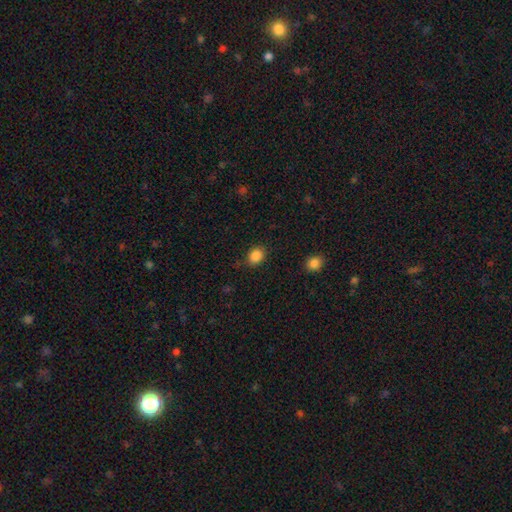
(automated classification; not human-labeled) Smooth or featured? Predicted: smooth (p=0.86). How rounded? Predicted: round (p=0.52). Merging? Predicted: none (p=0.83).